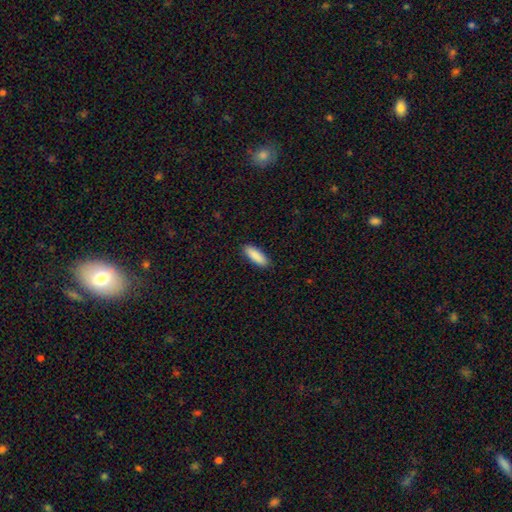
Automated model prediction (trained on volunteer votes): Smooth or featured?
  - smooth: 90% *
  - star or artifact: 6%
  - featured or disk: 4%
How rounded?
  - in between: 57% *
  - cigar-shaped: 41%
  - round: 2%
Merging?
  - none: 90% *
  - minor disturbance: 7%
  - major disturbance: 2%
  - merger: 1%